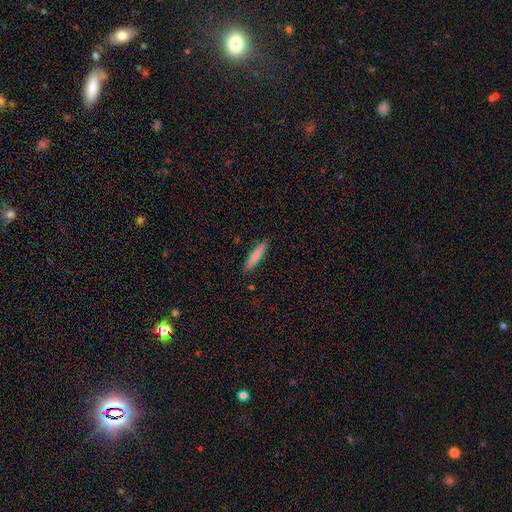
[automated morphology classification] Smooth or featured? Predicted: smooth (p=0.79). How rounded? Predicted: cigar-shaped (p=0.87). Merging? Predicted: none (p=0.88).